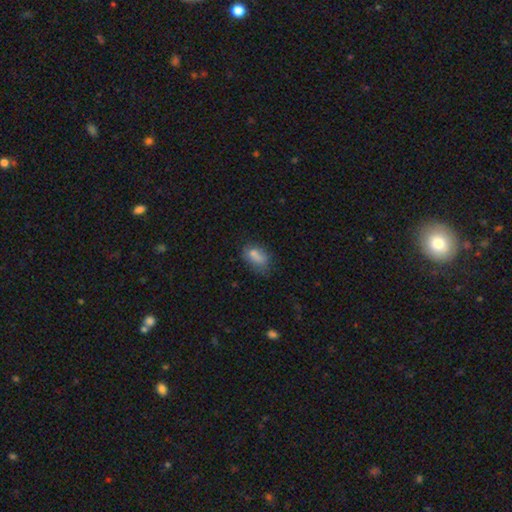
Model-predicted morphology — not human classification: Smooth or featured: smooth — 75% (featured or disk — 14%)
How rounded: in between — 83% (round — 13%)
Merging: none — 44% (minor disturbance — 27%)